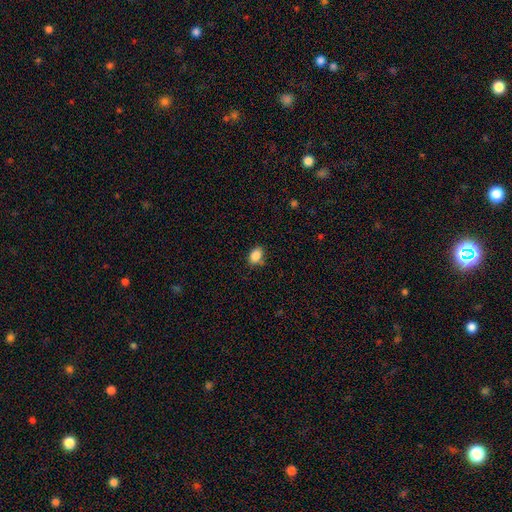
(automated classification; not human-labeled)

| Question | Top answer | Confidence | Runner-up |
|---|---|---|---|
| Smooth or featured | smooth | 87% | star or artifact (9%) |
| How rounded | in between | 74% | round (24%) |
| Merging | none | 76% | minor disturbance (18%) |